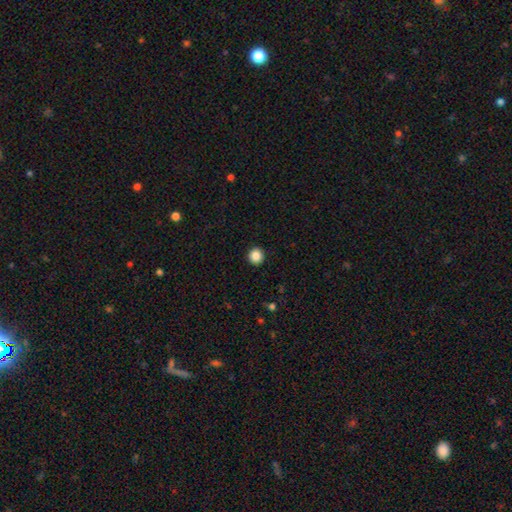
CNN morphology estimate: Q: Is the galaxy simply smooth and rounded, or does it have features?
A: smooth — 87%.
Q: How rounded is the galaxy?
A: round — 94%.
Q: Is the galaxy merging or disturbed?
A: none — 93%.